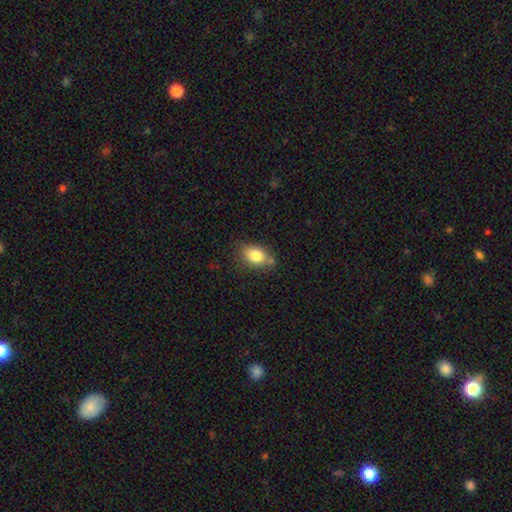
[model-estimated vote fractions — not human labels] smooth-or-featured: smooth: 82% | featured or disk: 9% | star or artifact: 9%
  how-rounded: in between: 77% | round: 21% | cigar-shaped: 2%
  merging: none: 67% | minor disturbance: 21% | merger: 7% | major disturbance: 5%